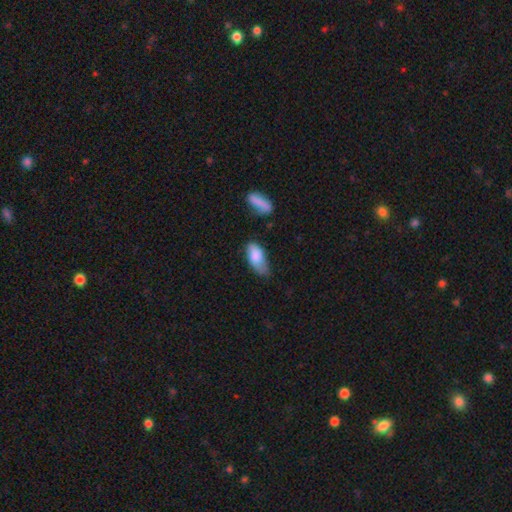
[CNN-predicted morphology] Overall: smooth (81%). How rounded: in between (89%). Merging: minor disturbance (42%; none 39%).